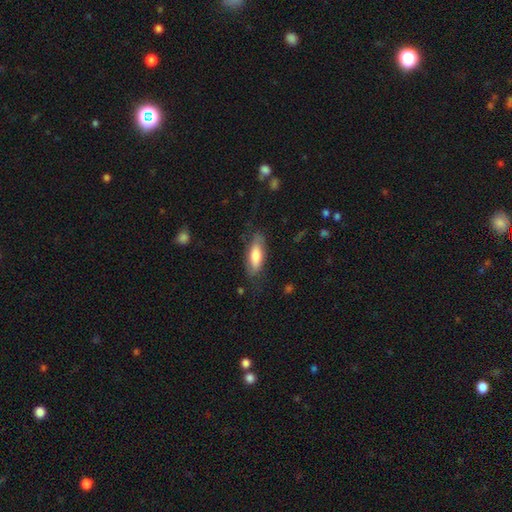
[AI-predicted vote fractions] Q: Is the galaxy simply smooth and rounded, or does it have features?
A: smooth — 67%.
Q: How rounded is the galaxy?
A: in between — 66%.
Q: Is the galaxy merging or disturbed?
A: none — 72%.